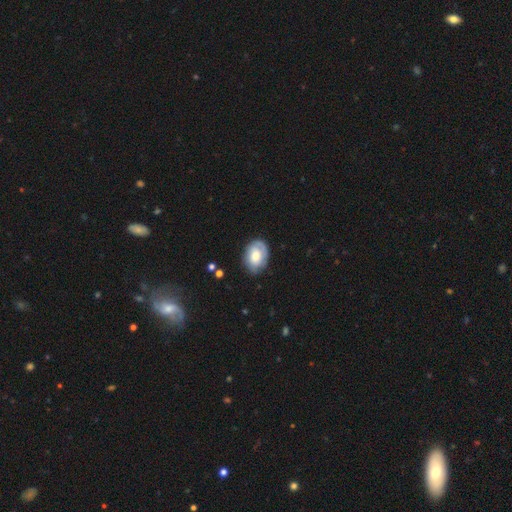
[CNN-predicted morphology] A smooth galaxy with no disk features (52%) that is in between round and cigar-shaped (76%).

Vote fractions:
- Smooth or featured? smooth: 52% / featured or disk: 41% / star or artifact: 7%
- How rounded? in between: 76% / round: 23% / cigar-shaped: 1%
- Merging? none: 71% / minor disturbance: 21% / major disturbance: 6% / merger: 2%